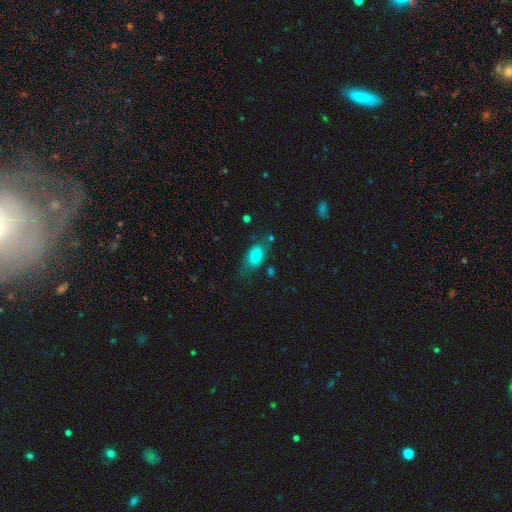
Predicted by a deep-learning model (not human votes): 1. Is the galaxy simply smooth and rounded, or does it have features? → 74% smooth, 16% featured or disk, 9% star or artifact.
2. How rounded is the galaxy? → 80% in between, 16% round, 4% cigar-shaped.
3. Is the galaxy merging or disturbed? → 64% none, 24% minor disturbance, 8% major disturbance, 4% merger.